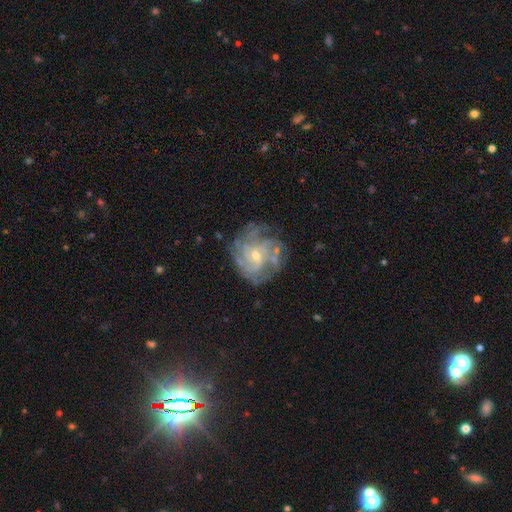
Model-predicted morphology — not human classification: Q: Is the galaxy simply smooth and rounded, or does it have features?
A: featured or disk — 83%.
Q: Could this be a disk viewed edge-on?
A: no — 97%.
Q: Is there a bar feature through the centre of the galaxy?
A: no — 63%.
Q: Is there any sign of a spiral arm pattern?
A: yes — 93%.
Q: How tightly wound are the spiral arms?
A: tight — 61%.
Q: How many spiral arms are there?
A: can't tell — 35%.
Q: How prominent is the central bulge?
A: small — 65%.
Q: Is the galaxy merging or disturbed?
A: none — 69%.